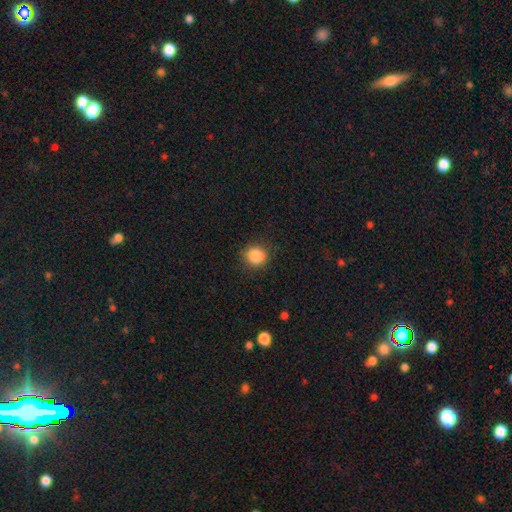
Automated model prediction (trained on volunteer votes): smooth 86%, star or artifact 10%, featured or disk 4%. Down the decision tree: how rounded — round (87%); merging — none (87%).